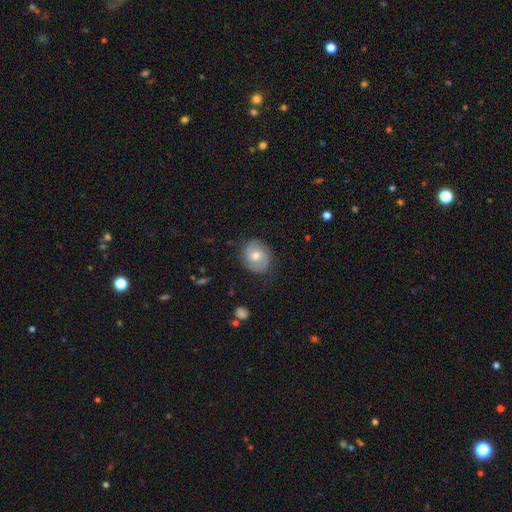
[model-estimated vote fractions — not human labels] Smooth or featured? Predicted: featured or disk (p=0.58). Edge-on disk? Predicted: no (p=0.97). Bar? Predicted: no (p=0.59). Spiral arms? Predicted: yes (p=0.84). Bulge size? Predicted: moderate (p=0.75). Merging? Predicted: none (p=0.81).